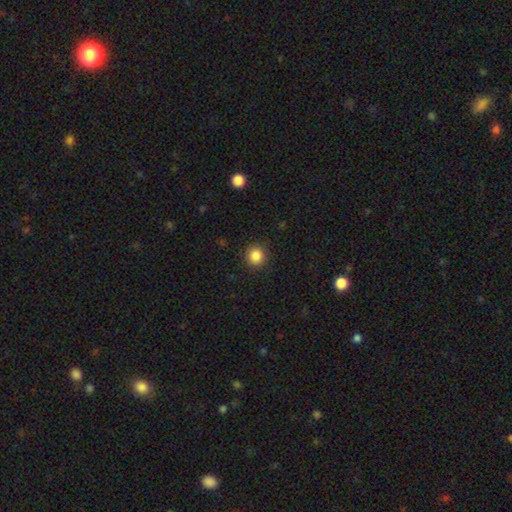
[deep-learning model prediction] Overall: smooth (86%). How rounded: round (91%). Merging: none (90%).